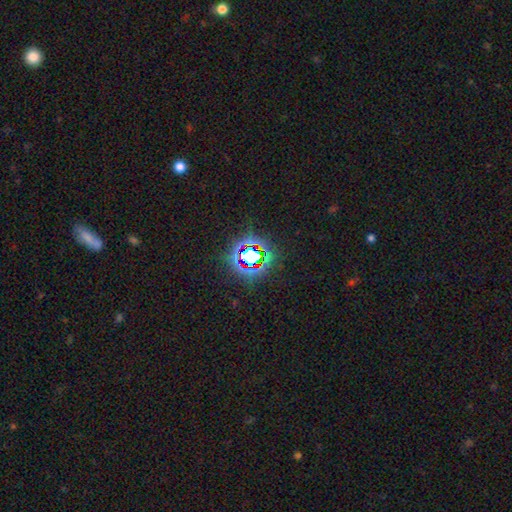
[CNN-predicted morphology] This is likely a star or artifact rather than a galaxy (79%).